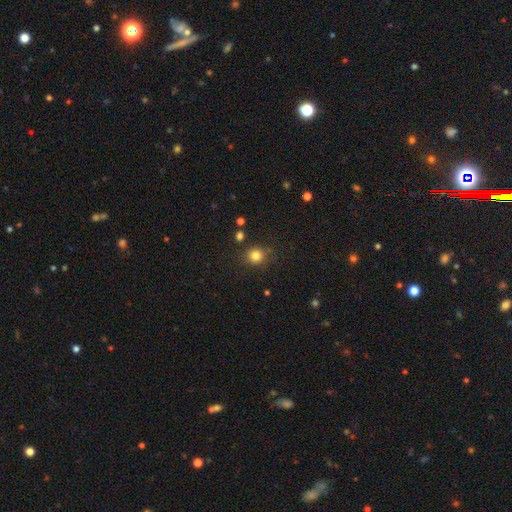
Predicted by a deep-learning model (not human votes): This appears to be a smooth galaxy with no disk features (82%) that is round (85%). Merging: none (82%).